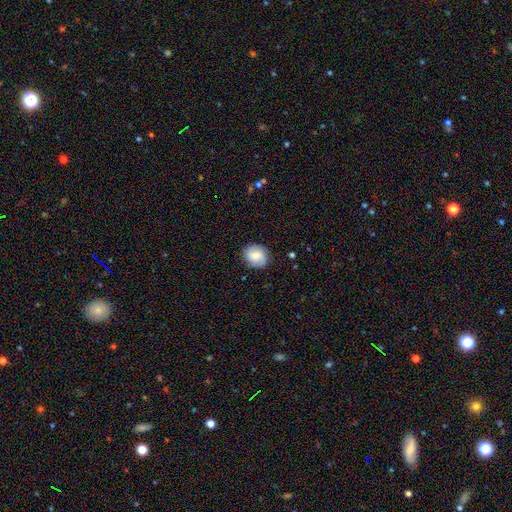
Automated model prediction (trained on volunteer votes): This is likely a smooth galaxy (70%). How rounded: likely round (68%). Merging: clearly none (84%).